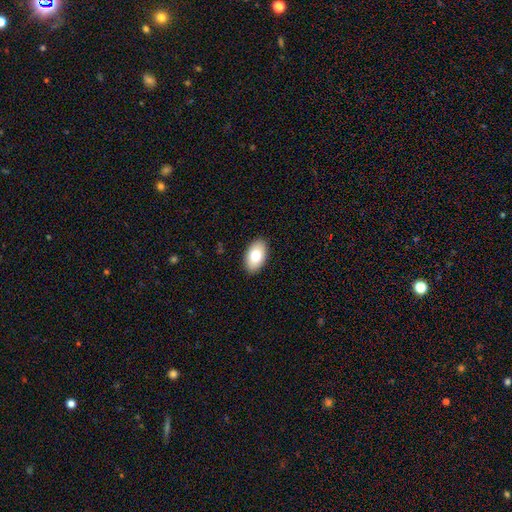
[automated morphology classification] Smooth or featured? Predicted: smooth (p=0.78). How rounded? Predicted: in between (p=0.94). Merging? Predicted: none (p=0.90).